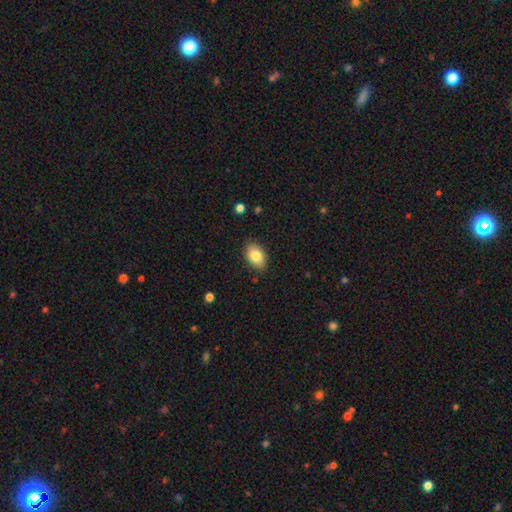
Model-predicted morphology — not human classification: Q: Smooth or featured?
A: smooth (82%); runner-up: featured or disk (11%)
Q: How rounded?
A: in between (90%); runner-up: round (8%)
Q: Merging?
A: none (86%); runner-up: minor disturbance (11%)